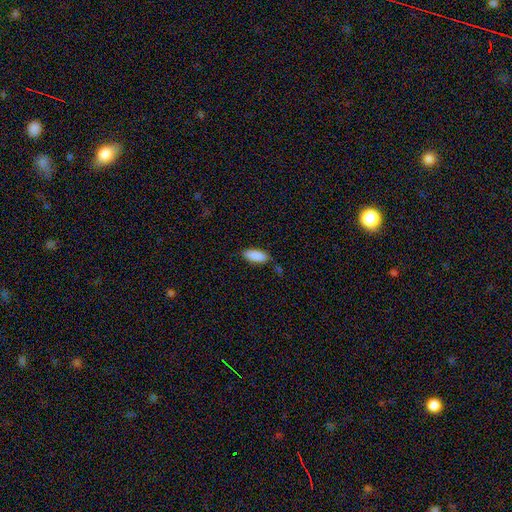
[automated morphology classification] Q: Smooth or featured?
A: smooth (89%); runner-up: star or artifact (6%)
Q: How rounded?
A: in between (85%); runner-up: cigar-shaped (14%)
Q: Merging?
A: none (78%); runner-up: minor disturbance (16%)